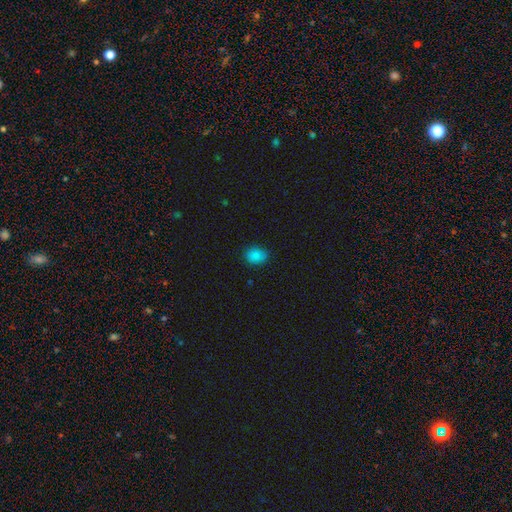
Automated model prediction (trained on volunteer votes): Morphology: type=smooth (86%); roundness=in between (55%); merging=none (85%).